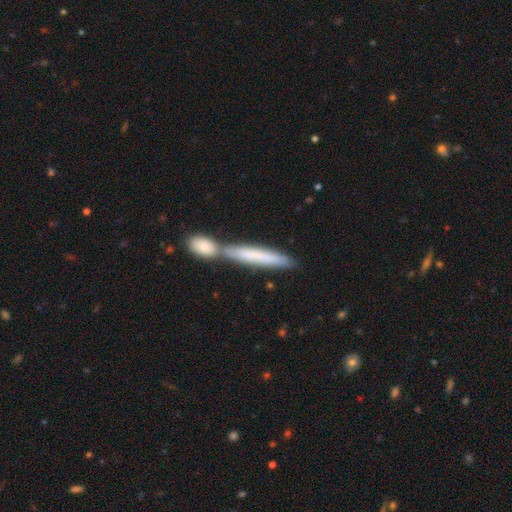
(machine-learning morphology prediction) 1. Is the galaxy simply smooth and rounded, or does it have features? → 66% smooth, 28% featured or disk, 6% star or artifact.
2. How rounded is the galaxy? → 90% cigar-shaped, 8% in between, 2% round.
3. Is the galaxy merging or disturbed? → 44% none, 42% merger, 10% minor disturbance, 4% major disturbance.